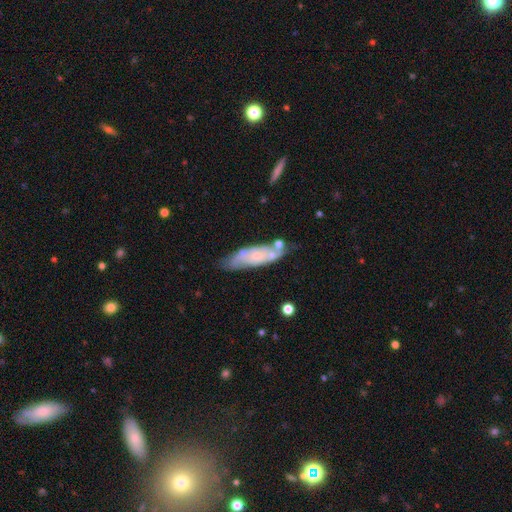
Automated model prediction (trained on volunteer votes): This is possibly a featured or disk galaxy (58%). It is clearly not viewed edge-on (81%). Merging: possibly none (54%).